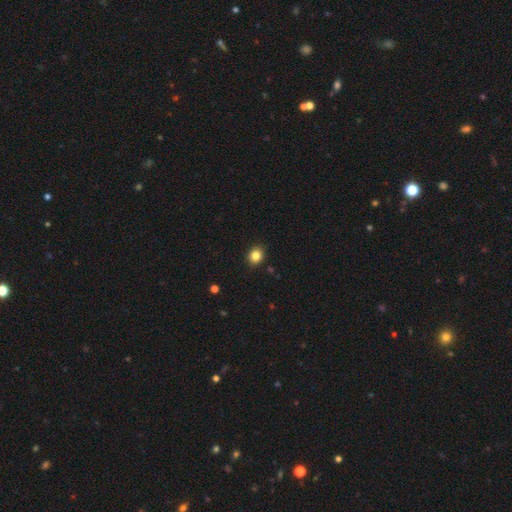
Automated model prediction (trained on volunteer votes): smooth-or-featured: smooth: 84% | star or artifact: 11% | featured or disk: 5%
  how-rounded: round: 68% | in between: 31% | cigar-shaped: 1%
  merging: none: 90% | minor disturbance: 7% | major disturbance: 2% | merger: 1%